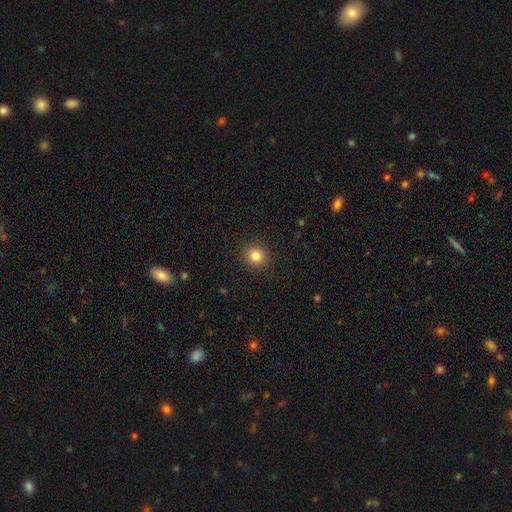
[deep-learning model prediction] smooth_or_featured: smooth (p=0.83) [alt: star or artifact p=0.12]
how_rounded: round (p=0.91) [alt: in between p=0.08]
merging: none (p=0.91) [alt: minor disturbance p=0.06]